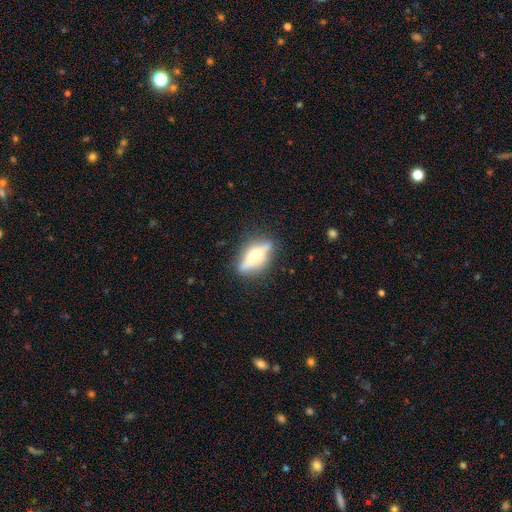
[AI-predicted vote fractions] A featured or disk galaxy (64%) viewed edge-on (87%) with a rounded central bulge (91%).

Vote fractions:
- Smooth or featured? featured or disk: 64% / smooth: 29% / star or artifact: 7%
- Edge-on disk? yes: 87% / no: 13%
- Edge-on bulge? rounded: 91% / boxy: 6% / none: 4%
- Merging? none: 81% / minor disturbance: 13% / major disturbance: 4% / merger: 2%